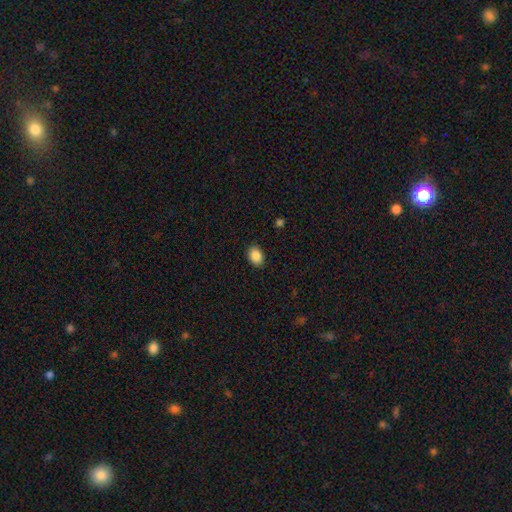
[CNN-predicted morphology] smooth_or_featured: smooth (p=0.89) [alt: star or artifact p=0.08]
how_rounded: in between (p=0.73) [alt: round p=0.26]
merging: none (p=0.88) [alt: minor disturbance p=0.08]